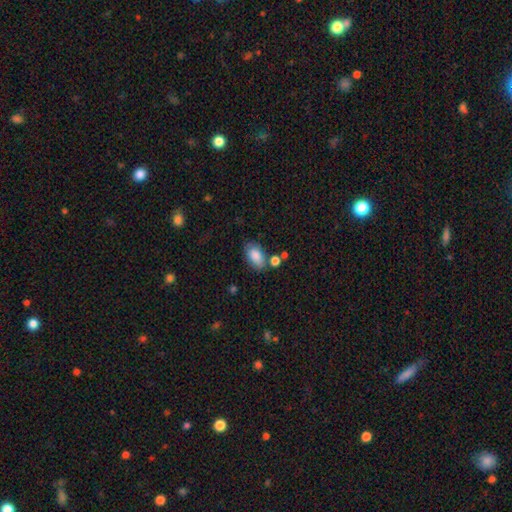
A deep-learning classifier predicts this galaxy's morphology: This appears to be a smooth galaxy with no disk features (85%) that is in between round and cigar-shaped (92%). Merging: none (66%).